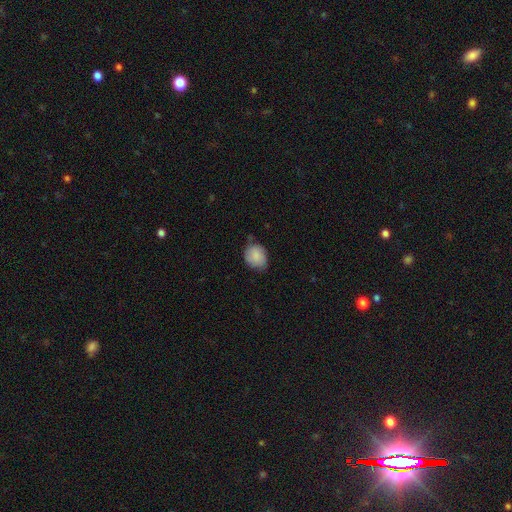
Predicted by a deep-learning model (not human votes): Q: Smooth or featured?
A: smooth (85%); runner-up: featured or disk (8%)
Q: How rounded?
A: round (59%); runner-up: in between (40%)
Q: Merging?
A: none (62%); runner-up: minor disturbance (31%)